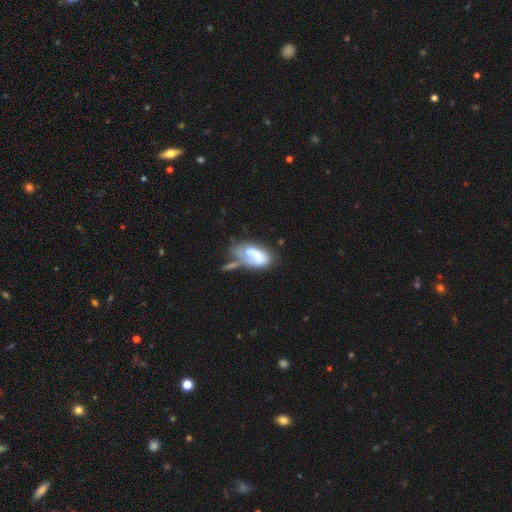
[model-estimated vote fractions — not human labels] Morphology: type=featured or disk (52%); edge-on=no (95%); merging=merger (32%).